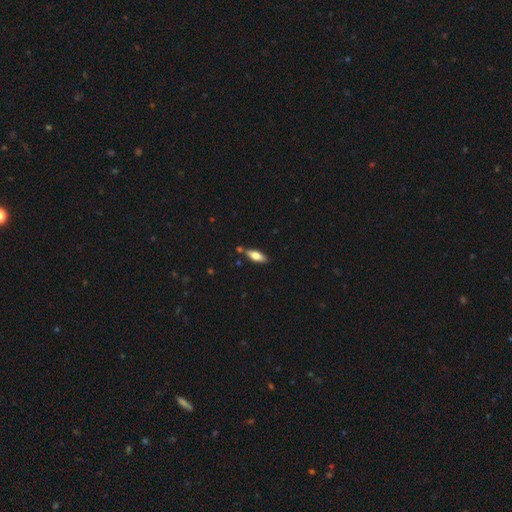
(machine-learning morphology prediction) A smooth galaxy with no disk features (68%) that is in between round and cigar-shaped (67%). Merging: none (78%).